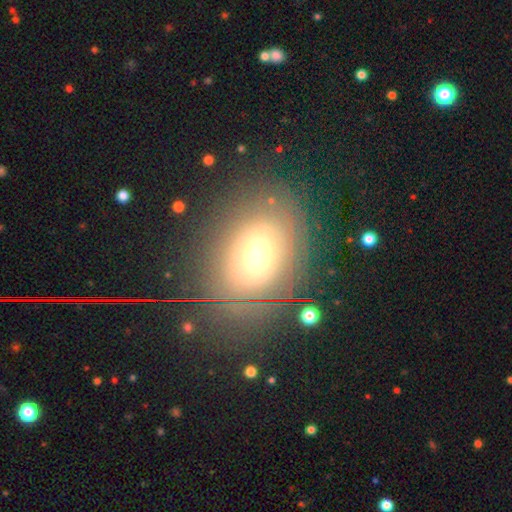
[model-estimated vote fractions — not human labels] Morphology: type=featured or disk (44%); merging=none (70%).